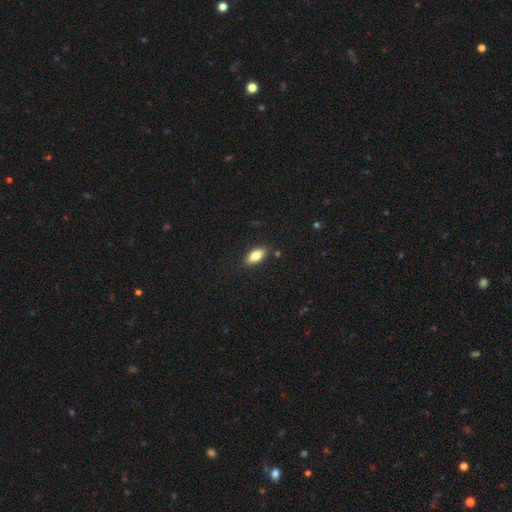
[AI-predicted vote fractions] Morphology: type=smooth (79%); roundness=in between (85%); merging=none (86%).